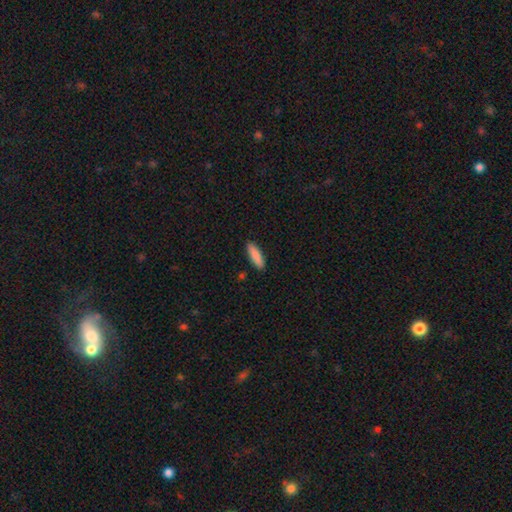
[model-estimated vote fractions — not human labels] This is clearly a smooth galaxy (88%). How rounded: likely cigar-shaped (61%). Merging: clearly none (89%).